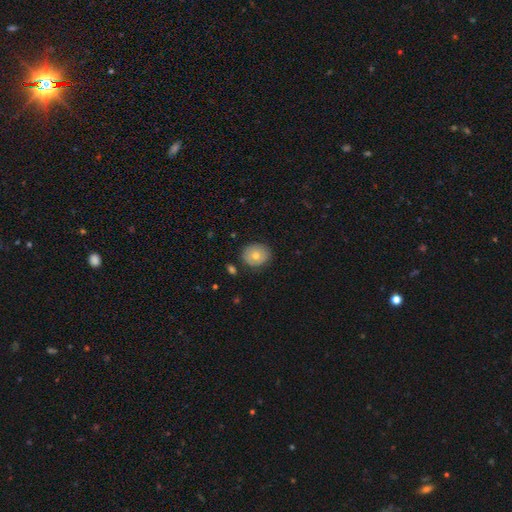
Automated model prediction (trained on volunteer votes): Smooth or featured? Predicted: smooth (p=0.68). How rounded? Predicted: round (p=0.77). Merging? Predicted: none (p=0.85).